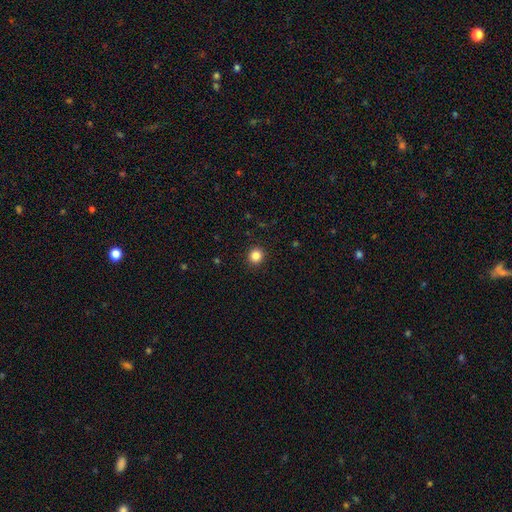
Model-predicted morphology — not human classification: Q: Smooth or featured?
A: smooth (84%); runner-up: star or artifact (12%)
Q: How rounded?
A: round (89%); runner-up: in between (10%)
Q: Merging?
A: none (92%); runner-up: minor disturbance (5%)